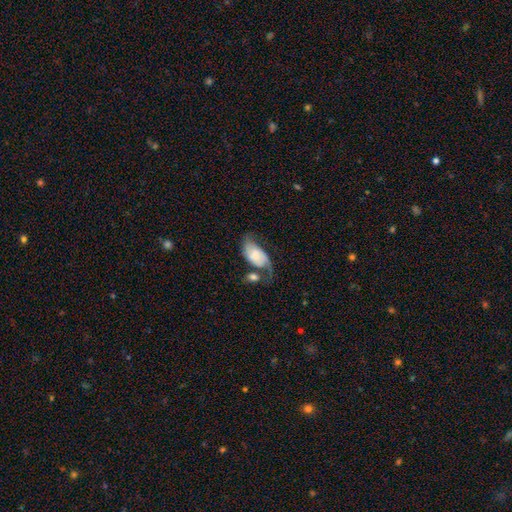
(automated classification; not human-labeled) Smooth or featured?
  - featured or disk: 47% *
  - smooth: 46%
  - star or artifact: 7%
Merging?
  - none: 29% *
  - merger: 24%
  - major disturbance: 24%
  - minor disturbance: 23%